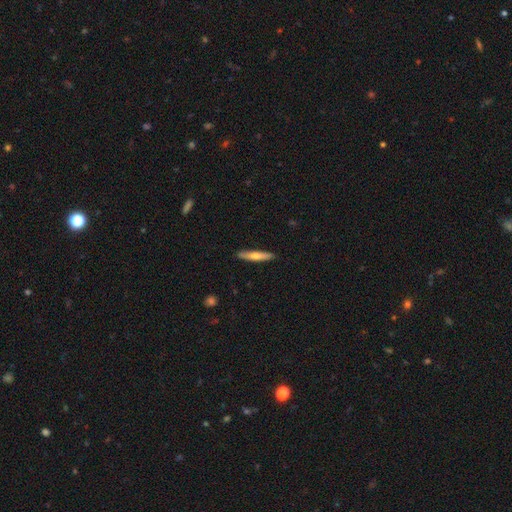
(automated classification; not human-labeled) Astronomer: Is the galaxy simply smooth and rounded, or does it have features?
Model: smooth — 57% (runner-up: featured or disk, 38%).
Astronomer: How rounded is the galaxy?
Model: cigar-shaped — 90%.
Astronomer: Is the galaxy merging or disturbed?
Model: none — 90%.